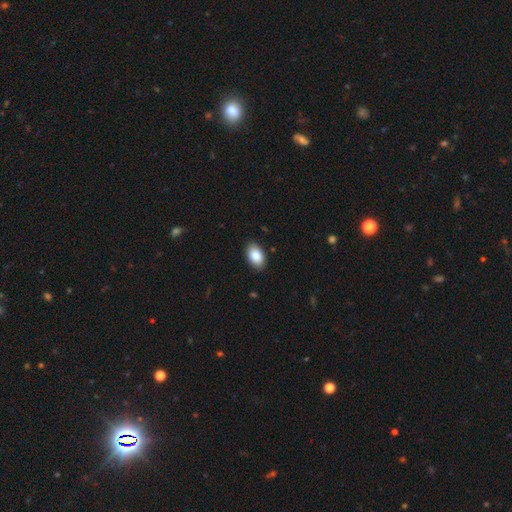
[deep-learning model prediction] smooth-or-featured: smooth: 89% | star or artifact: 7% | featured or disk: 5%
  how-rounded: in between: 93% | round: 6% | cigar-shaped: 1%
  merging: none: 88% | minor disturbance: 9% | major disturbance: 2% | merger: 1%